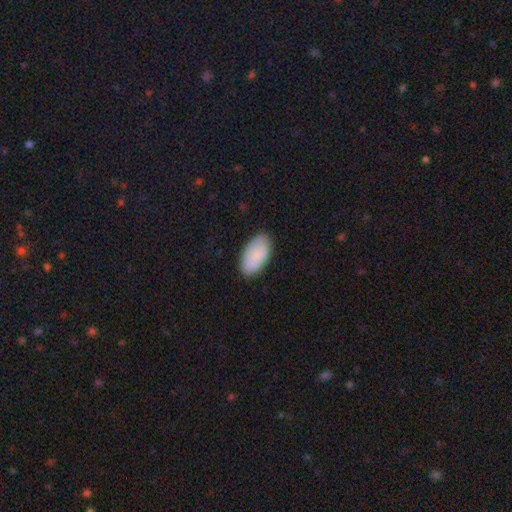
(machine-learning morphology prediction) The model was most divided on "smooth or featured": smooth: 82%, featured or disk: 12%, star or artifact: 6%. More confident: how rounded — in between (95%); merging — none (84%).